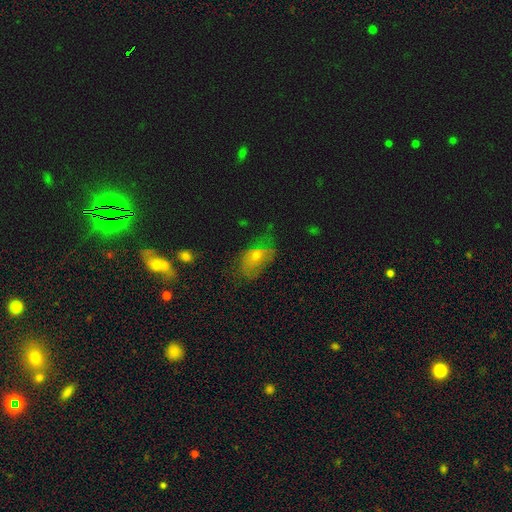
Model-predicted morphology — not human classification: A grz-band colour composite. It shows a smooth galaxy with no disk features (48%). Merging: none (36%).